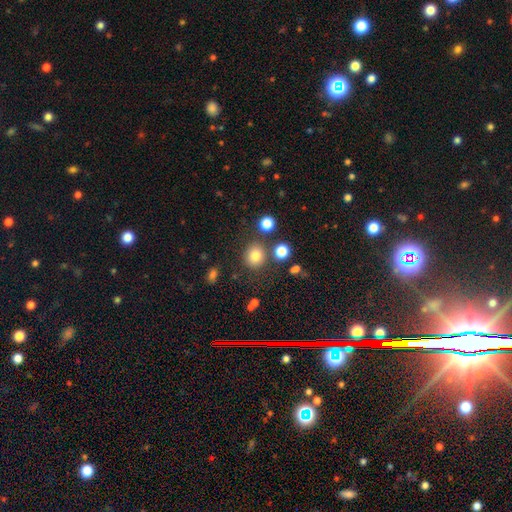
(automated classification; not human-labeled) Morphology: type=smooth (79%); roundness=round (84%); merging=none (79%).